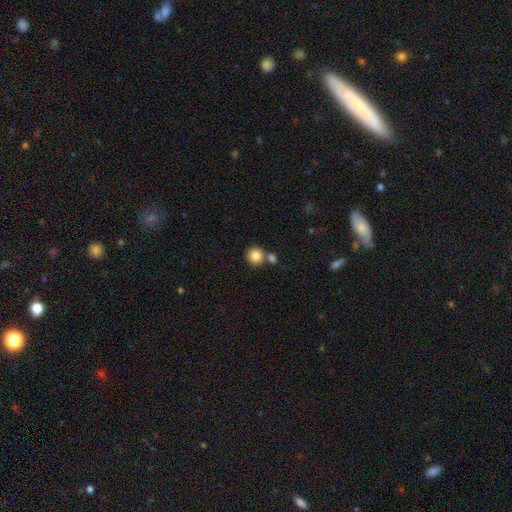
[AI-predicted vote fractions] This is clearly a smooth galaxy (84%). How rounded: clearly round (90%). Merging: likely none (67%).